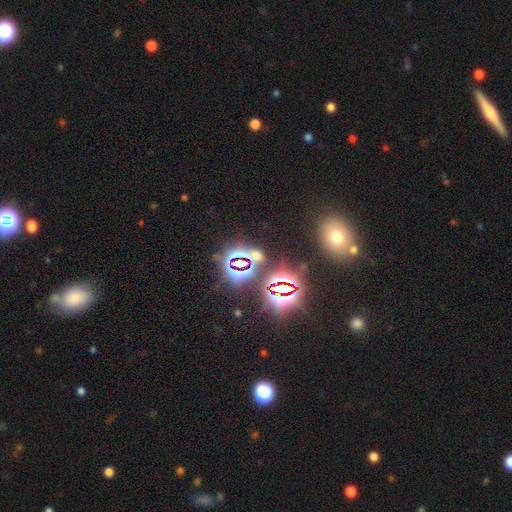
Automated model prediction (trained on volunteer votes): This appears to be a star or artifact, not a galaxy (72%).